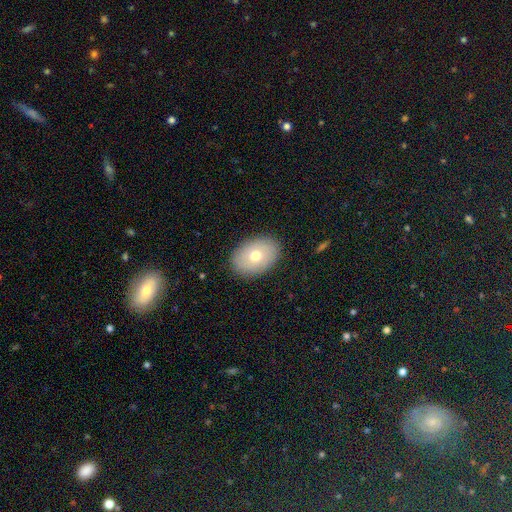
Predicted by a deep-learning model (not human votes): This appears to be a smooth galaxy with no disk features (72%) that is in between round and cigar-shaped (79%). Merging: none (88%).